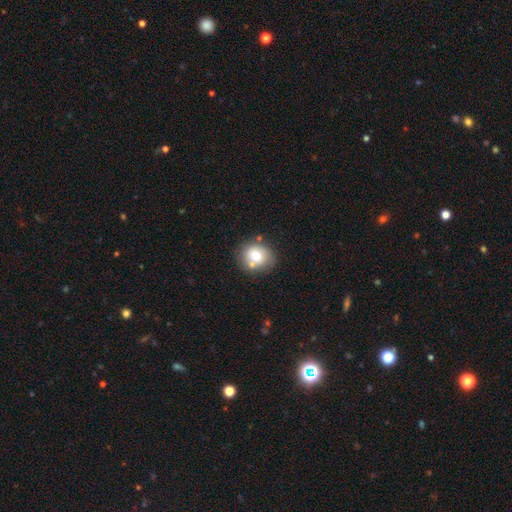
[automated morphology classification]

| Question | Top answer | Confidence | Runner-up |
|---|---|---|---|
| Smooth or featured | smooth | 71% | featured or disk (19%) |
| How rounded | round | 75% | in between (24%) |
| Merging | none | 67% | merger (15%) |